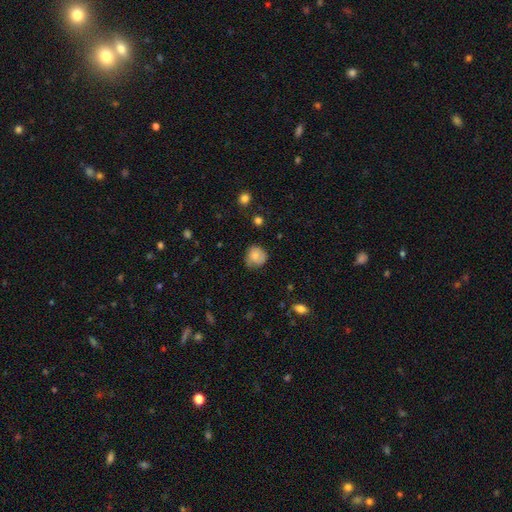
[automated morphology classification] A smooth galaxy with no disk features (76%) that is round (81%).

Vote fractions:
- Smooth or featured? smooth: 76% / featured or disk: 16% / star or artifact: 8%
- How rounded? round: 81% / in between: 18% / cigar-shaped: 1%
- Merging? none: 61% / minor disturbance: 30% / major disturbance: 8% / merger: 2%